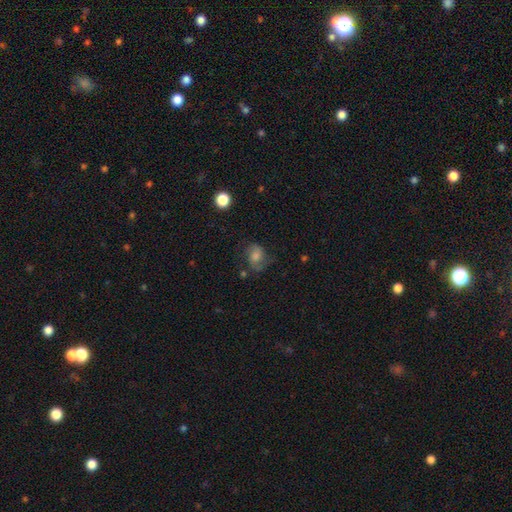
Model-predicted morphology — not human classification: A featured or disk galaxy (43%).

Vote fractions:
- Smooth or featured? featured or disk: 43% / smooth: 40% / star or artifact: 17%
- Merging? none: 62% / minor disturbance: 22% / major disturbance: 14% / merger: 3%